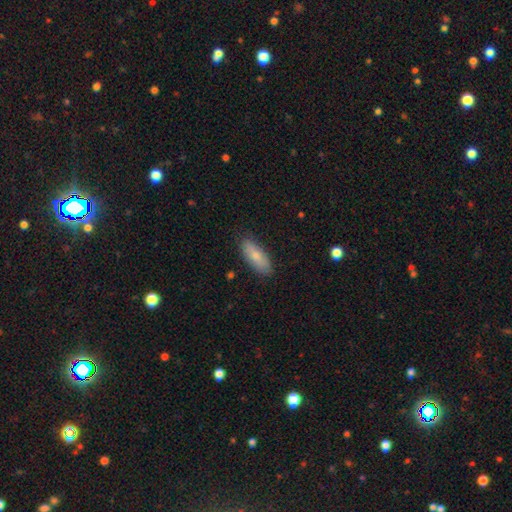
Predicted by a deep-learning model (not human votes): Morphology: type=smooth (79%); roundness=in between (70%); merging=none (85%).